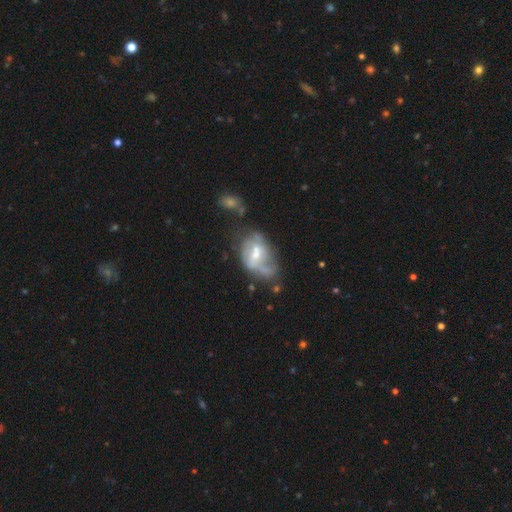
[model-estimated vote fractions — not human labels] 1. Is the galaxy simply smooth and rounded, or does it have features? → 66% featured or disk, 25% smooth, 9% star or artifact.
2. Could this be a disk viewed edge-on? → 96% no, 4% yes.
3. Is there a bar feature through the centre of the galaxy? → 47% weak, 39% no, 14% strong.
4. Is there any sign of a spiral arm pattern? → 60% yes, 40% no.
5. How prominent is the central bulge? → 49% moderate, 38% small, 7% none, 5% large, 1% dominant.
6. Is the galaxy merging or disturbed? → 30% none, 29% major disturbance, 25% minor disturbance, 16% merger.